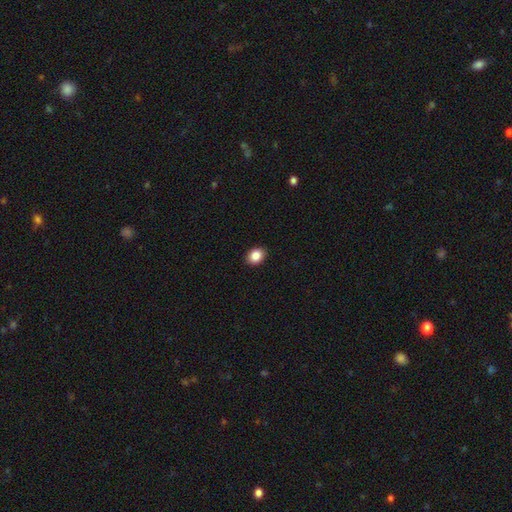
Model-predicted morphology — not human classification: smooth-or-featured: smooth: 86% | star or artifact: 9% | featured or disk: 5%
  how-rounded: in between: 62% | round: 37% | cigar-shaped: 1%
  merging: none: 90% | minor disturbance: 7% | major disturbance: 2% | merger: 1%